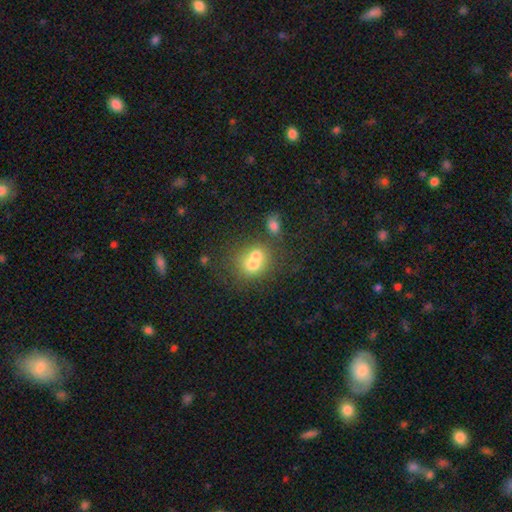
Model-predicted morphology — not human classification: Smooth or featured? Predicted: smooth (p=0.66). How rounded? Predicted: round (p=0.66). Merging? Predicted: merger (p=0.62).